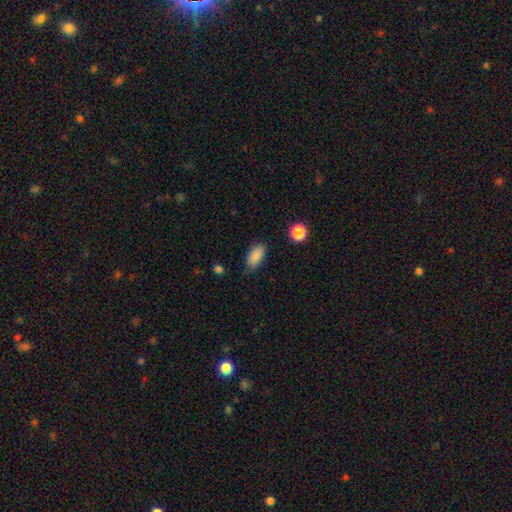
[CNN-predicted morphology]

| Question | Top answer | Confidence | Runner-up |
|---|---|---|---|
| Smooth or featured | smooth | 88% | star or artifact (8%) |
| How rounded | in between | 90% | cigar-shaped (6%) |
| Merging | none | 77% | minor disturbance (17%) |